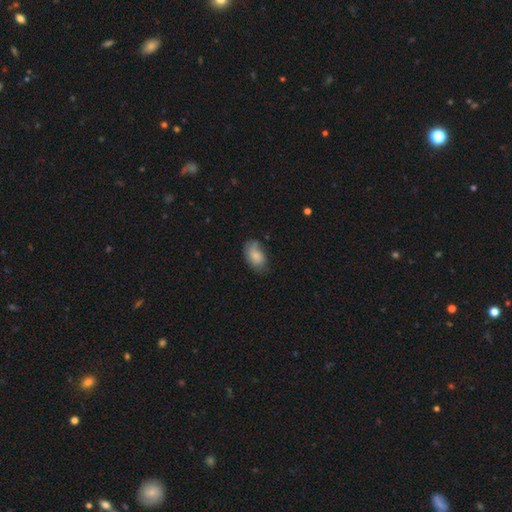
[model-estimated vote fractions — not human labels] Morphology: type=smooth (79%); roundness=in between (91%); merging=none (62%).